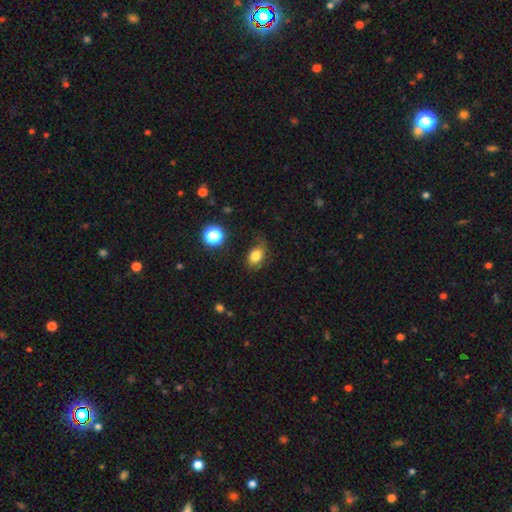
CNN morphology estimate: Smooth or featured?
  - smooth: 78% *
  - star or artifact: 12%
  - featured or disk: 10%
How rounded?
  - in between: 73% *
  - round: 25%
  - cigar-shaped: 1%
Merging?
  - none: 62% *
  - minor disturbance: 25%
  - major disturbance: 10%
  - merger: 2%